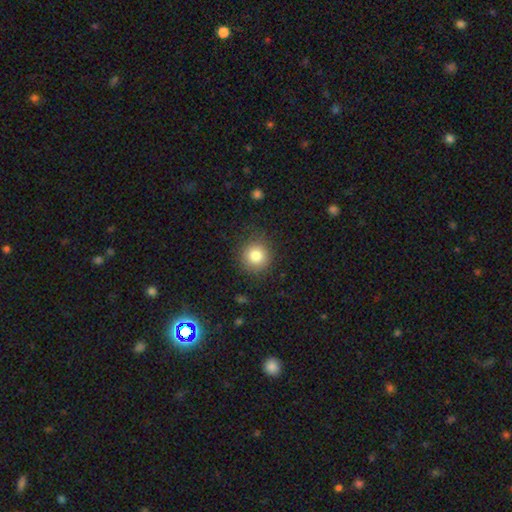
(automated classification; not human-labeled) Smooth or featured? Predicted: smooth (p=0.82). How rounded? Predicted: round (p=0.92). Merging? Predicted: none (p=0.85).